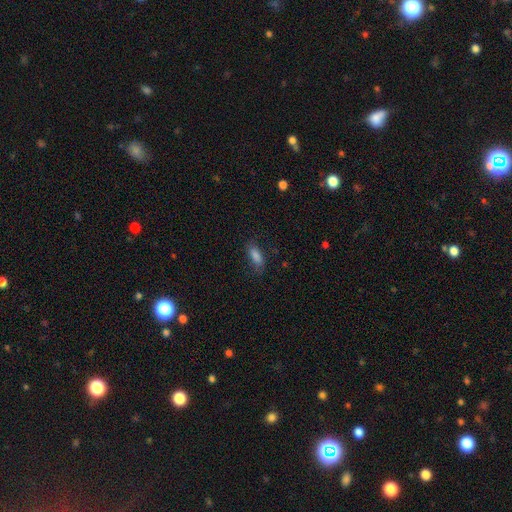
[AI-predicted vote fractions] smooth-or-featured: smooth: 82% | star or artifact: 9% | featured or disk: 9%
  how-rounded: in between: 75% | cigar-shaped: 22% | round: 3%
  merging: none: 72% | minor disturbance: 20% | major disturbance: 7% | merger: 2%